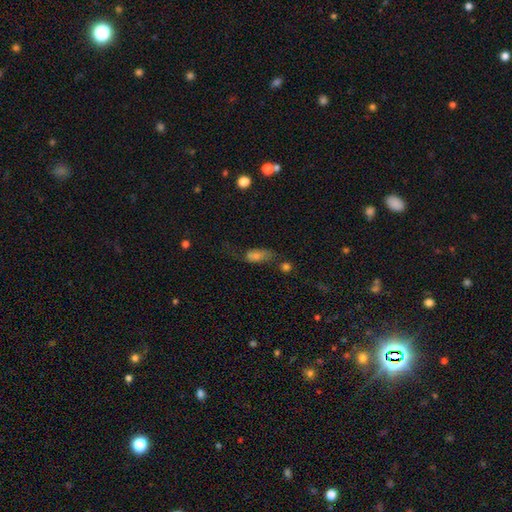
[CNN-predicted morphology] A smooth galaxy with no disk features (53%) that is in between round and cigar-shaped (71%).

Vote fractions:
- Smooth or featured? smooth: 53% / featured or disk: 29% / star or artifact: 18%
- How rounded? in between: 71% / cigar-shaped: 22% / round: 7%
- Merging? none: 43% / minor disturbance: 25% / major disturbance: 23% / merger: 9%